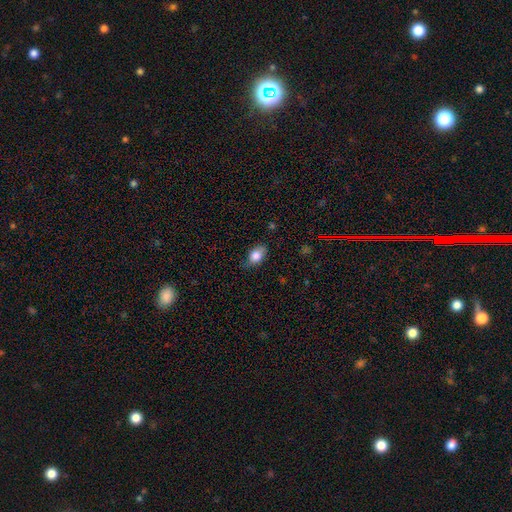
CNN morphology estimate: Smooth or featured? Predicted: smooth (p=0.81). How rounded? Predicted: in between (p=0.86). Merging? Predicted: none (p=0.72).